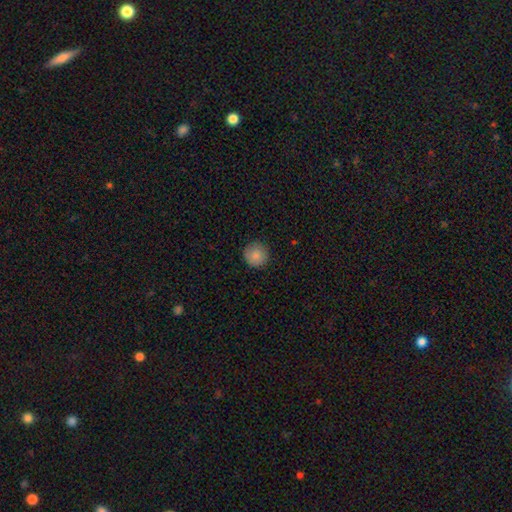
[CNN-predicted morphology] Smooth or featured? Predicted: smooth (p=0.86). How rounded? Predicted: round (p=0.95). Merging? Predicted: none (p=0.90).